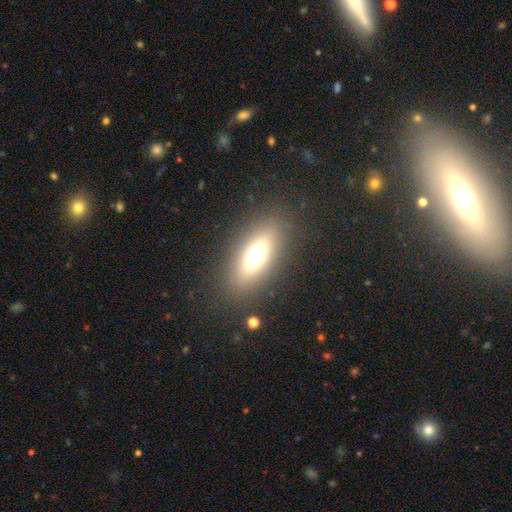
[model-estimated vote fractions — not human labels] This is possibly a smooth galaxy (55%). How rounded: likely in between (75%). Merging: clearly none (84%).